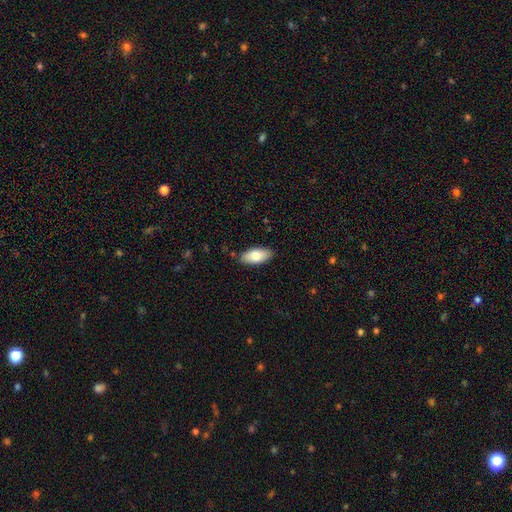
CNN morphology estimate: This is clearly a smooth galaxy (80%). How rounded: clearly in between (89%). Merging: clearly none (86%).